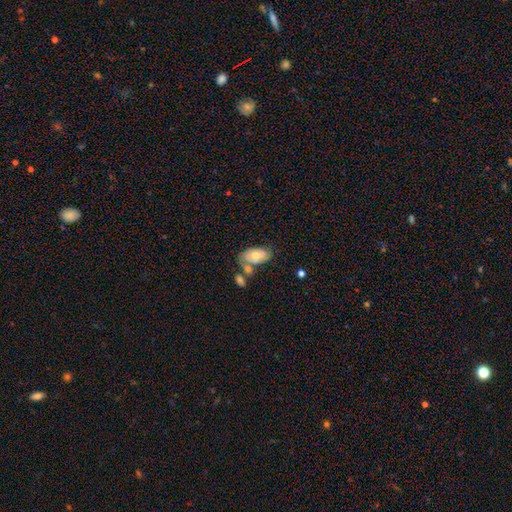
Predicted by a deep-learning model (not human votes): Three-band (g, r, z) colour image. It shows a smooth galaxy with no disk features (59%) that is in between round and cigar-shaped (92%). Merging: none (44%).